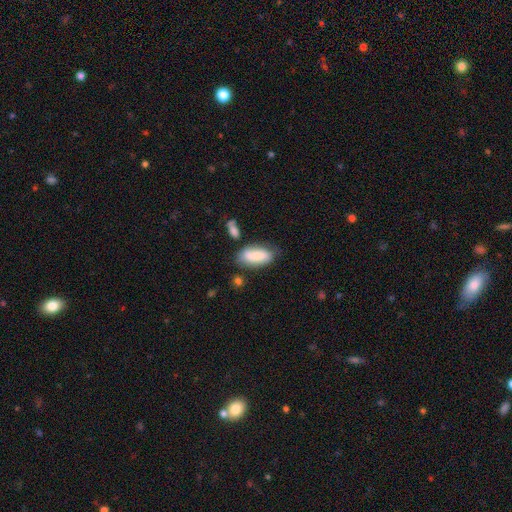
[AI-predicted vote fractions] A smooth galaxy with no disk features (82%) that is in between round and cigar-shaped (85%). Merging: none (65%).